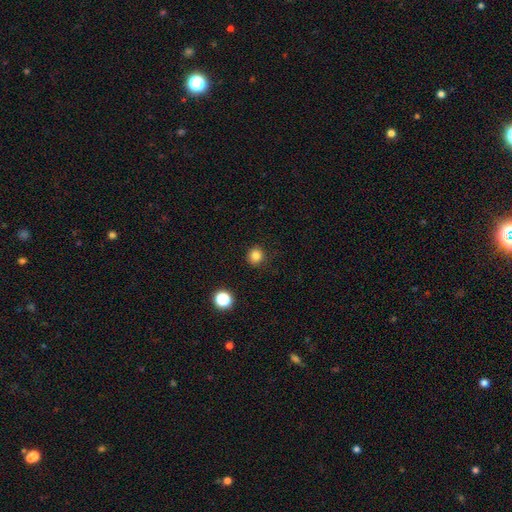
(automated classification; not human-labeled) smooth_or_featured: smooth (p=0.83) [alt: star or artifact p=0.13]
how_rounded: round (p=0.91) [alt: in between p=0.08]
merging: none (p=0.89) [alt: minor disturbance p=0.07]